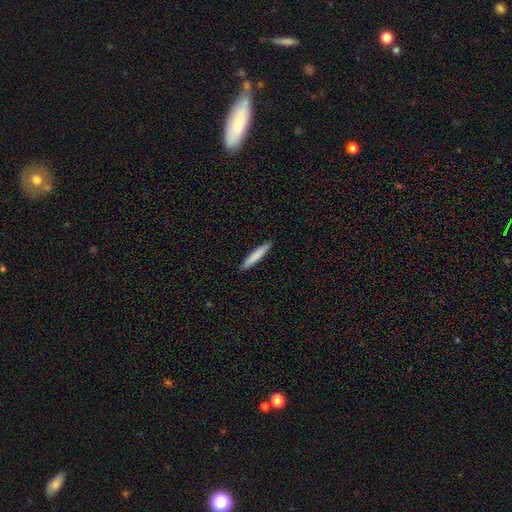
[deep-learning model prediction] Smooth or featured: smooth — 80% (featured or disk — 14%)
How rounded: cigar-shaped — 93% (in between — 5%)
Merging: none — 90% (minor disturbance — 8%)